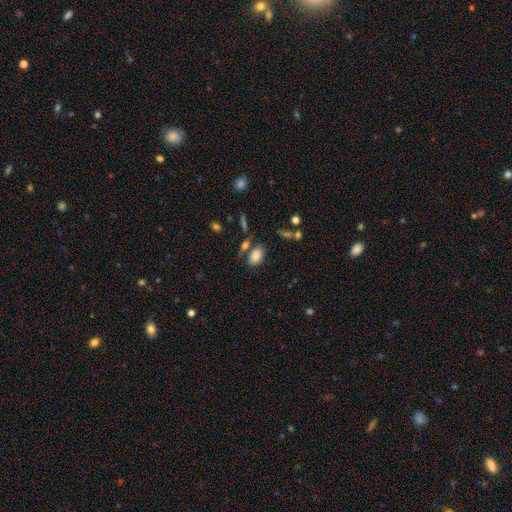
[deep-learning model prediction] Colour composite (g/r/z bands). It shows a smooth galaxy with no disk features (82%) that is in between round and cigar-shaped (89%). Merging: none (65%).